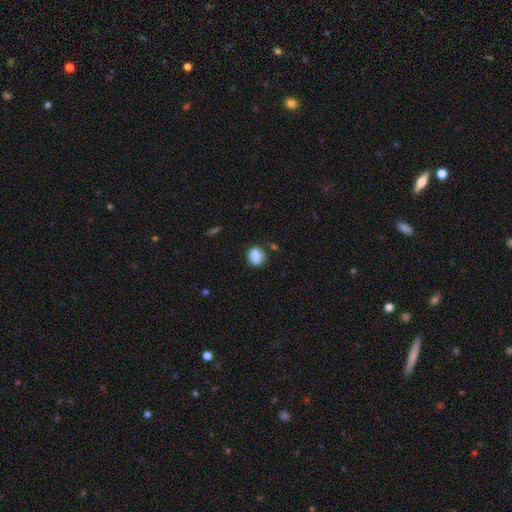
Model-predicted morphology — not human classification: type=smooth (84%); roundness=round (64%); merging=none (69%).